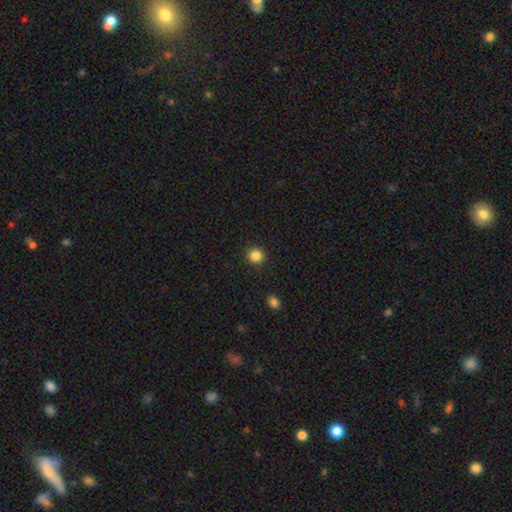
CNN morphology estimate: This is clearly a smooth galaxy (86%). How rounded: clearly round (90%). Merging: clearly none (91%).